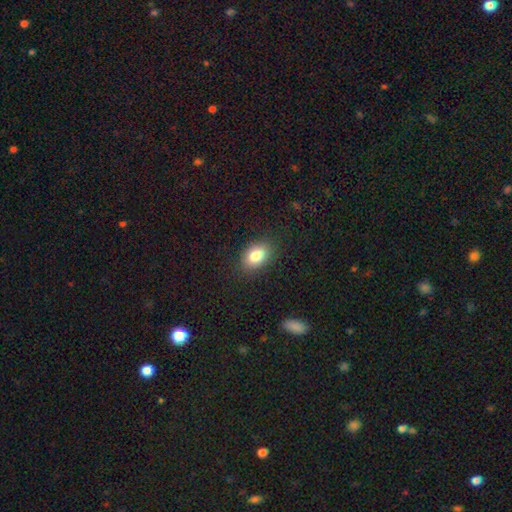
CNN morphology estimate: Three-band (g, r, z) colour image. It shows a smooth galaxy with no disk features (84%) that is in between round and cigar-shaped (83%). Merging: none (85%).